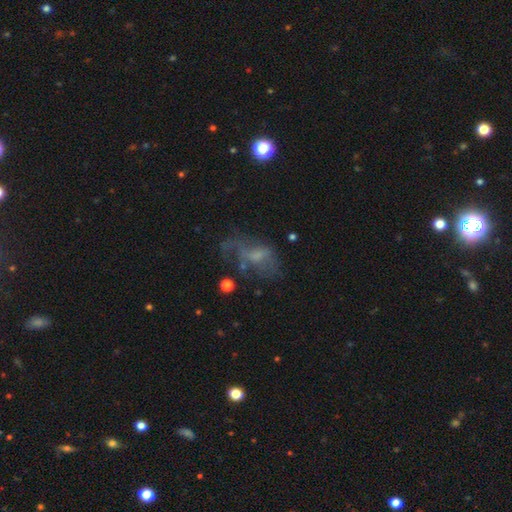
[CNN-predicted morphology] smooth-or-featured: featured or disk: 48% | smooth: 32% | star or artifact: 19%
  merging: none: 37% (tied) | major disturbance: 37% (tied) | minor disturbance: 21% | merger: 6%